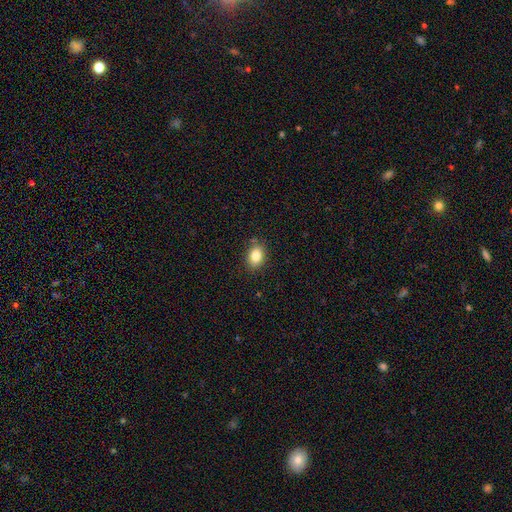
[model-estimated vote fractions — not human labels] The model was most divided on "how rounded": in between: 71%, round: 28%, cigar-shaped: 1%. More confident: smooth or featured — smooth (83%); merging — none (83%).